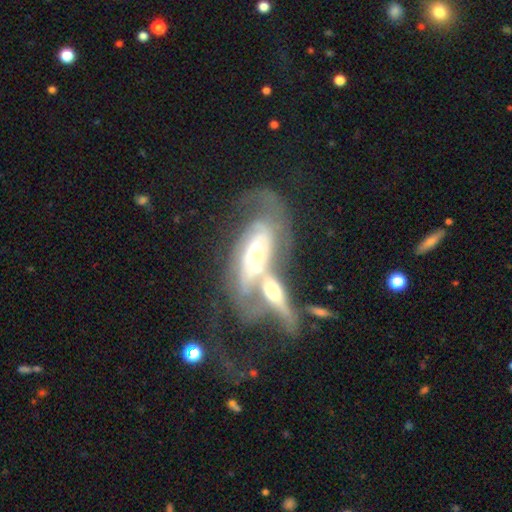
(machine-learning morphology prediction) This appears to be a featured or disk galaxy (73%) with no bar (67%), spiral arms (73%) and a moderate central bulge (45%). Merging: merger (64%).